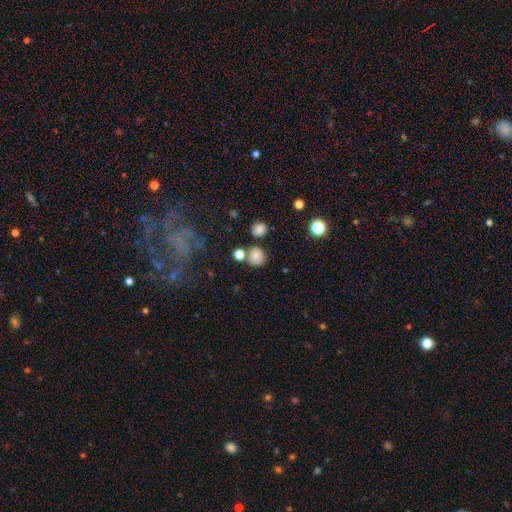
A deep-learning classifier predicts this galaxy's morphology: smooth-or-featured: smooth: 77% | star or artifact: 14% | featured or disk: 8%
  how-rounded: round: 87% | in between: 12% | cigar-shaped: 1%
  merging: none: 71% | merger: 13% | minor disturbance: 12% | major disturbance: 4%